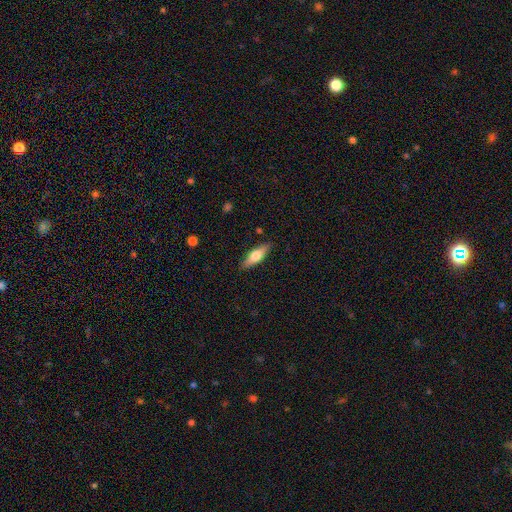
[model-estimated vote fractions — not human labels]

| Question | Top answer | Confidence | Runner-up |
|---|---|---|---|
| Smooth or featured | smooth | 50% | featured or disk (44%) |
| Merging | none | 88% | minor disturbance (9%) |